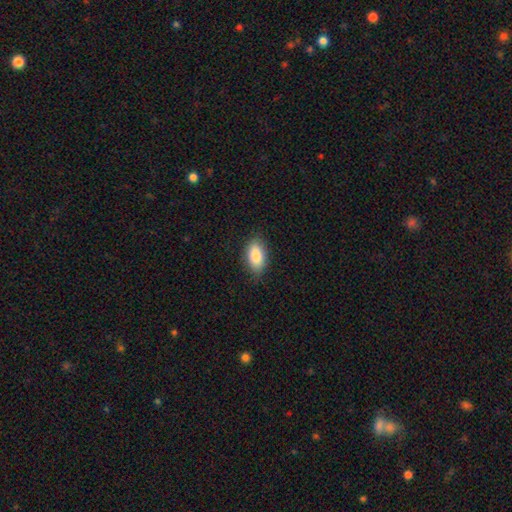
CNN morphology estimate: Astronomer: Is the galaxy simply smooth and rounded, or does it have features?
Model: smooth — 85%.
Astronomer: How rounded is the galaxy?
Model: in between — 91%.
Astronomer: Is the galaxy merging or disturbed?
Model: none — 83%.